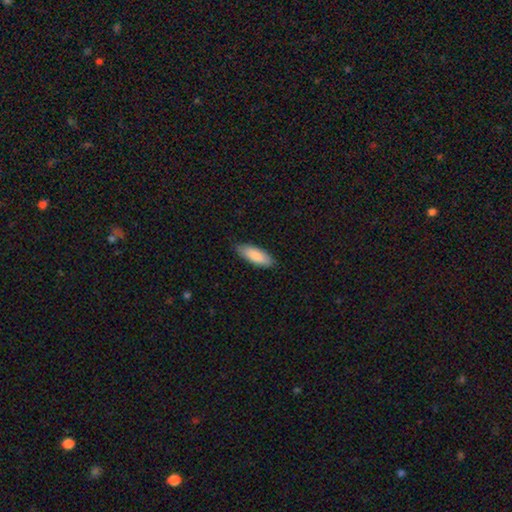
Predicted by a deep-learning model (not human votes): The model was most divided on "how rounded": in between: 68%, cigar-shaped: 31%, round: 1%. More confident: smooth or featured — smooth (87%); merging — none (85%).